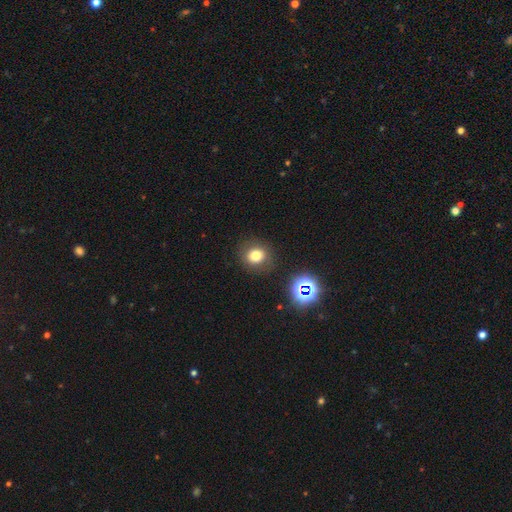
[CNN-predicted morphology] This appears to be a smooth galaxy with no disk features (75%) that is round (77%). Merging: none (85%).